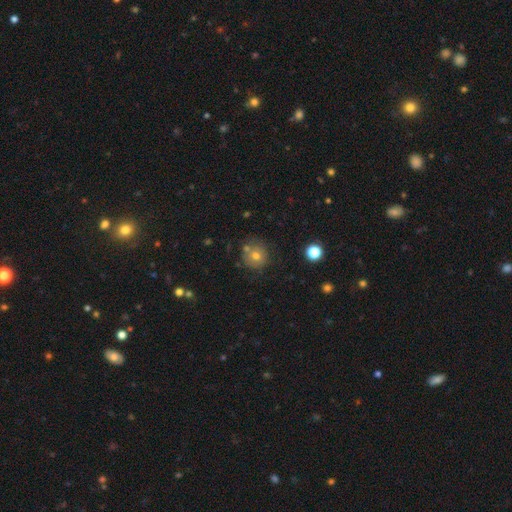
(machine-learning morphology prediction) smooth 66%, featured or disk 19%, star or artifact 15%. Down the decision tree: how rounded — round (90%); merging — none (71%).